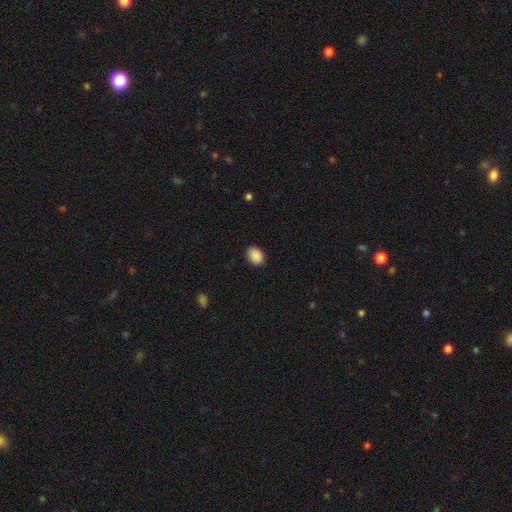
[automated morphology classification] Q: Smooth or featured?
A: smooth (90%); runner-up: star or artifact (8%)
Q: How rounded?
A: in between (72%); runner-up: round (27%)
Q: Merging?
A: none (89%); runner-up: minor disturbance (8%)